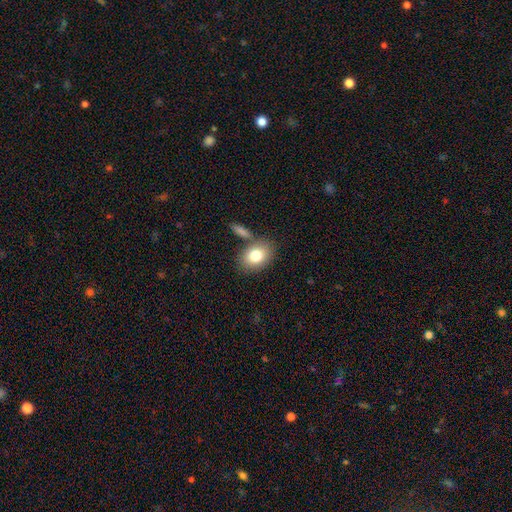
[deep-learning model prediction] smooth-or-featured: smooth: 80% | featured or disk: 12% | star or artifact: 8%
  how-rounded: in between: 74% | round: 24% | cigar-shaped: 1%
  merging: none: 69% | merger: 15% | minor disturbance: 12% | major disturbance: 4%